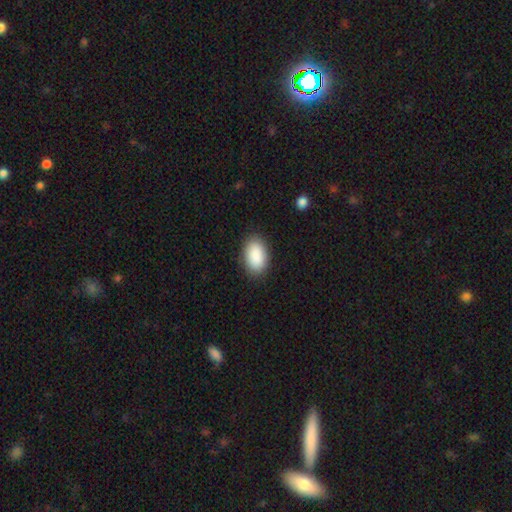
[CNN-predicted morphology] Smooth or featured: smooth — 91% (star or artifact — 6%)
How rounded: in between — 93% (round — 5%)
Merging: none — 88% (minor disturbance — 8%)